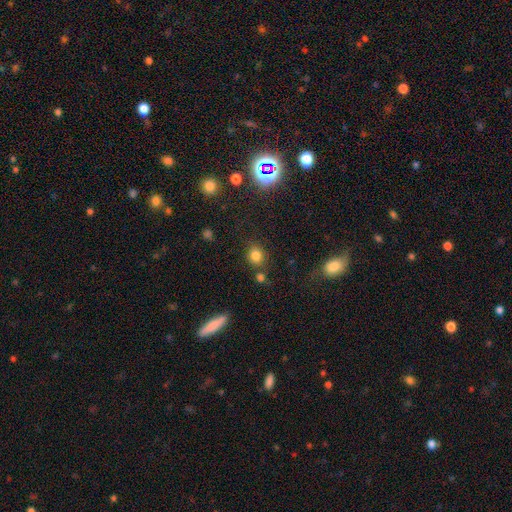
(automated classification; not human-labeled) Smooth or featured? Predicted: smooth (p=0.78). How rounded? Predicted: round (p=0.71). Merging? Predicted: none (p=0.73).